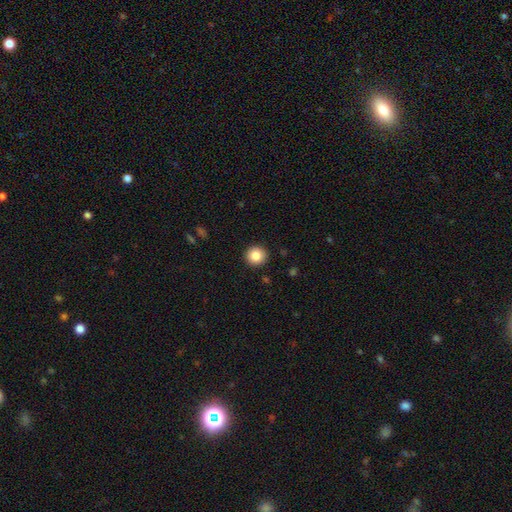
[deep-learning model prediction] Smooth or featured? smooth (84%)
How rounded? round (94%)
Merging? none (93%)